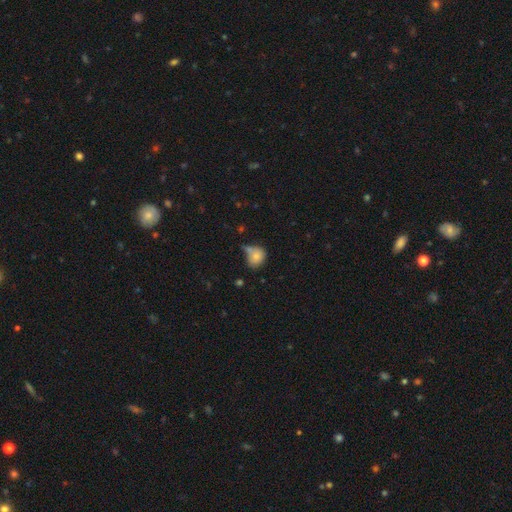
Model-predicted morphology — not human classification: A smooth galaxy with no disk features (78%) that is round (59%). Merging: none (40%).